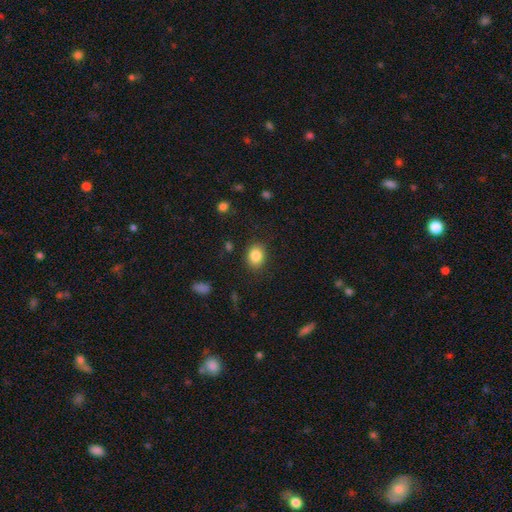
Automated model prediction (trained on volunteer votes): A smooth galaxy with no disk features (84%) that is in between round and cigar-shaped (50%).

Vote fractions:
- Smooth or featured? smooth: 84% / star or artifact: 9% / featured or disk: 6%
- How rounded? in between: 50% / round: 49% / cigar-shaped: 1%
- Merging? none: 84% / minor disturbance: 11% / major disturbance: 3% / merger: 1%